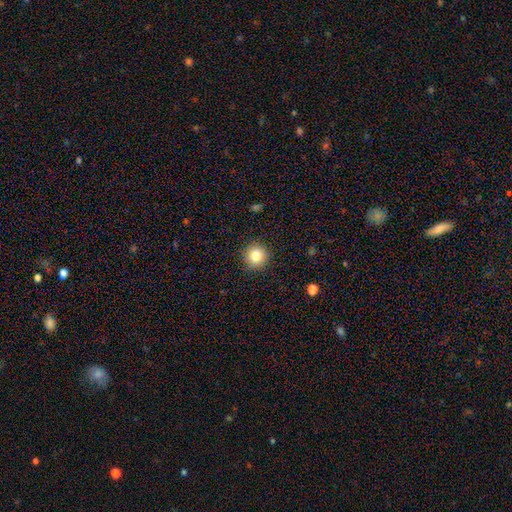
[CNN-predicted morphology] A smooth galaxy with no disk features (82%) that is round (95%).

Vote fractions:
- Smooth or featured? smooth: 82% / star or artifact: 11% / featured or disk: 8%
- How rounded? round: 95% / in between: 4% / cigar-shaped: 1%
- Merging? none: 91% / minor disturbance: 6% / major disturbance: 2% / merger: 1%